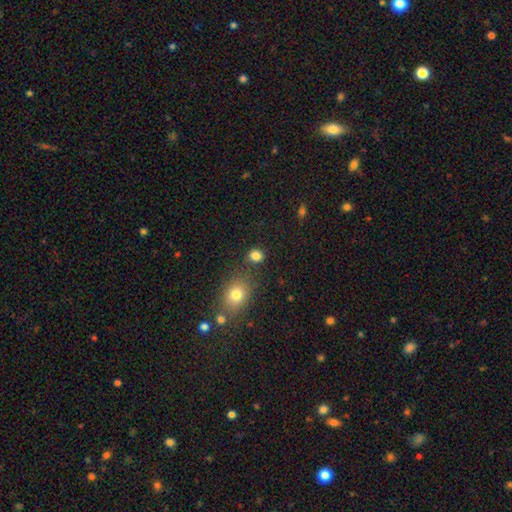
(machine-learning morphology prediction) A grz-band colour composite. It shows a smooth galaxy with no disk features (83%) that is round (61%). Merging: none (76%).